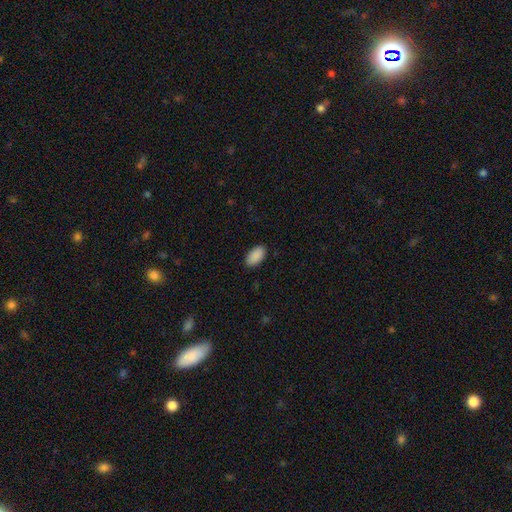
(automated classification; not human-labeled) Morphology: type=smooth (91%); roundness=in between (95%); merging=none (88%).